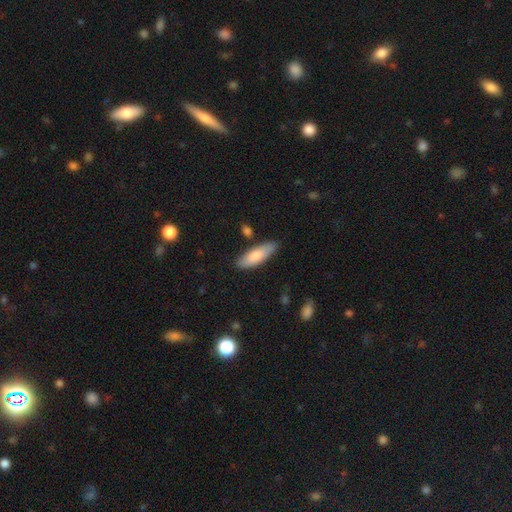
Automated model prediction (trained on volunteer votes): Smooth or featured: smooth — 81% (featured or disk — 14%)
How rounded: in between — 55% (cigar-shaped — 43%)
Merging: none — 80% (minor disturbance — 14%)